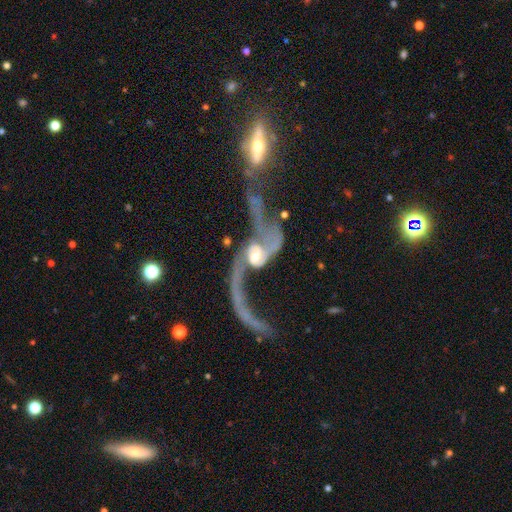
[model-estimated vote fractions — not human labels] smooth-or-featured: featured or disk: 88% | smooth: 7% | star or artifact: 5%
  disk-edge-on: no: 94% | yes: 6%
    bar: no: 45% | weak: 36% | strong: 19%
    has-spiral-arms: yes: 90% | no: 10%
      spiral-winding: loose: 90% | medium: 7% | tight: 3%
      spiral-arm-count: 2: 90% | 1: 4% | can't tell: 2% | 3: 1% | 4: 1% | more than 4: 1%
    bulge-size: moderate: 59% | small: 23% | large: 13% | none: 3% | dominant: 3%
  merging: major disturbance: 39% | merger: 29% | none: 21% | minor disturbance: 10%